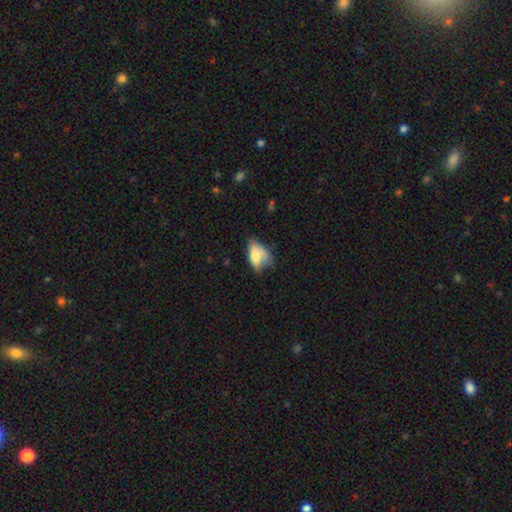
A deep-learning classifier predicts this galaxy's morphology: This appears to be a smooth galaxy with no disk features (65%) that is in between round and cigar-shaped (86%). Merging: minor disturbance (33%).